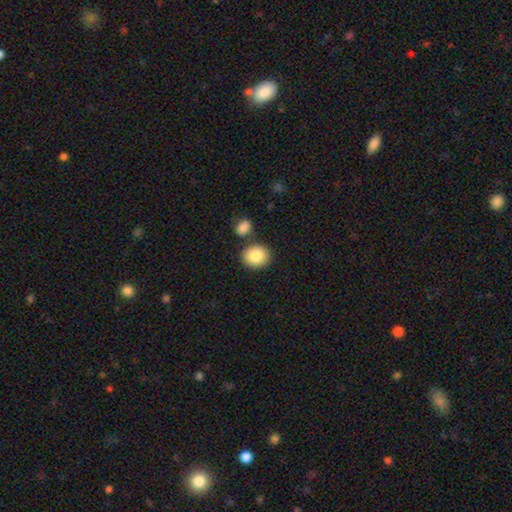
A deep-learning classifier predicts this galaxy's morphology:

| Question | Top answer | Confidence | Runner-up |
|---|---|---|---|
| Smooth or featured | smooth | 86% | star or artifact (7%) |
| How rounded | round | 70% | in between (29%) |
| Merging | none | 76% | merger (12%) |